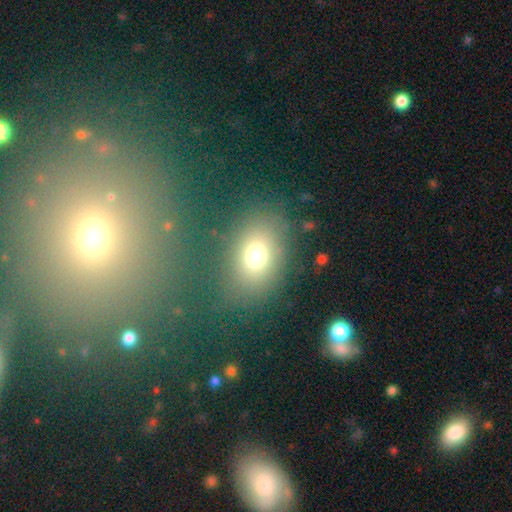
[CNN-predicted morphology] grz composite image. It shows a smooth galaxy with no disk features (73%) that is in between round and cigar-shaped (63%). Merging: none (72%).